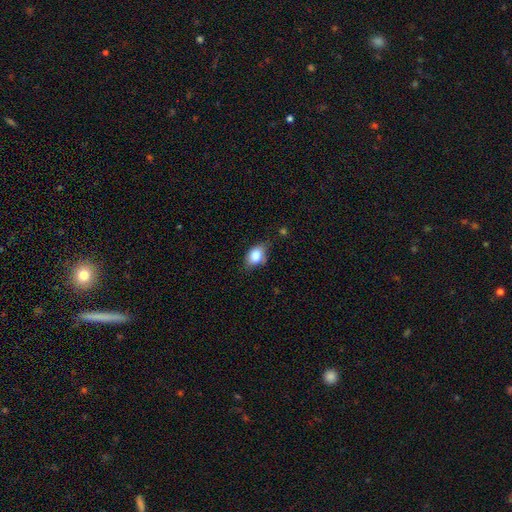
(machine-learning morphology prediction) Smooth or featured? Predicted: smooth (p=0.83). How rounded? Predicted: in between (p=0.80). Merging? Predicted: none (p=0.59).